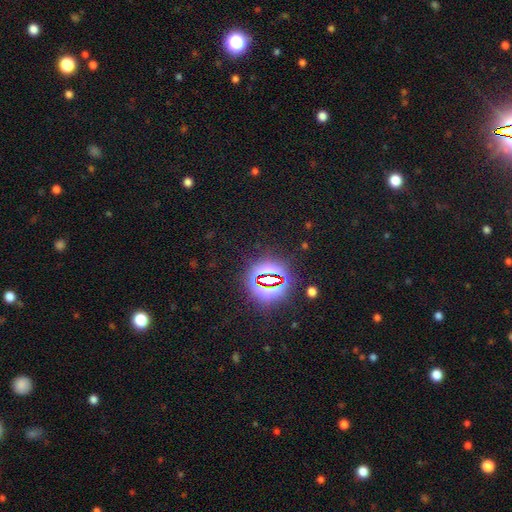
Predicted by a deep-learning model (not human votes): smooth_or_featured: star or artifact (p=0.81) [alt: smooth p=0.12]